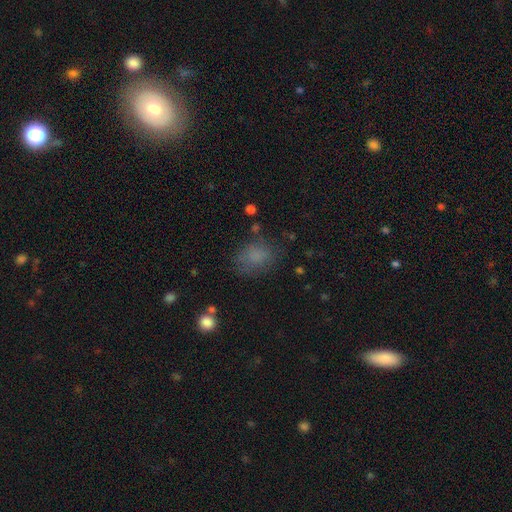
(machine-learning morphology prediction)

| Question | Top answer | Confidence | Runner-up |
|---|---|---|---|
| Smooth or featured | smooth | 77% | star or artifact (14%) |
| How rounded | in between | 57% | round (42%) |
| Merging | none | 68% | minor disturbance (20%) |